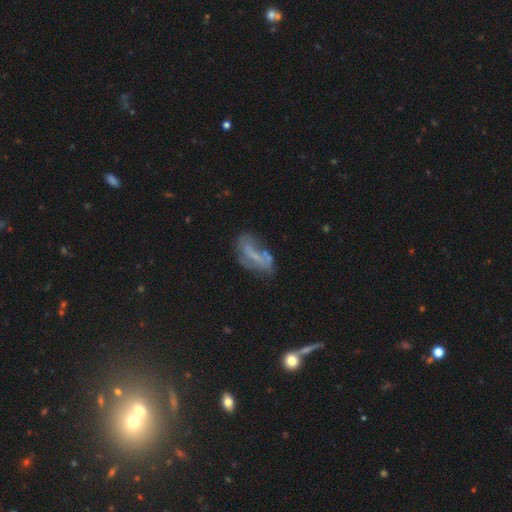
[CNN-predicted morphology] A featured or disk galaxy (55%) with no bar (50%), no spiral arms (54%) and no central bulge (60%). Merging: none (41%).